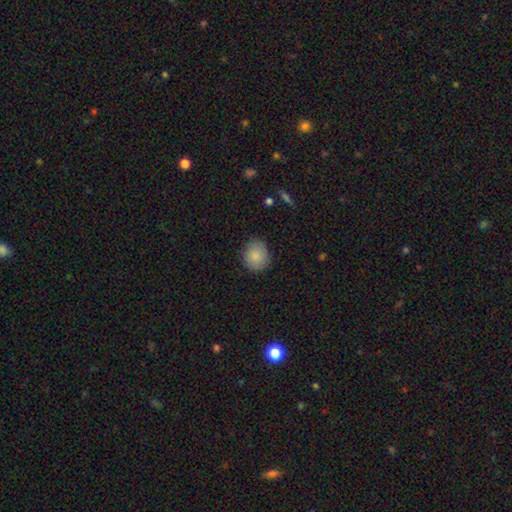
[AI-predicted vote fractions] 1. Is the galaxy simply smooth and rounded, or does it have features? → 87% smooth, 8% star or artifact, 6% featured or disk.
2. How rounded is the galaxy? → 72% round, 27% in between, 1% cigar-shaped.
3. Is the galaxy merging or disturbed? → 83% none, 13% minor disturbance, 3% major disturbance, 1% merger.